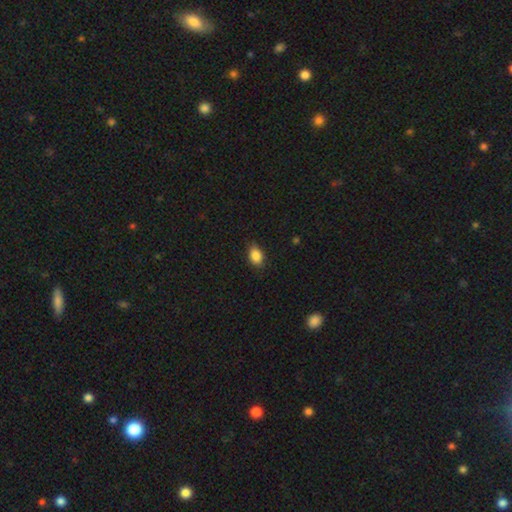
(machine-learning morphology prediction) Smooth or featured? smooth (87%)
How rounded? in between (82%)
Merging? none (83%)